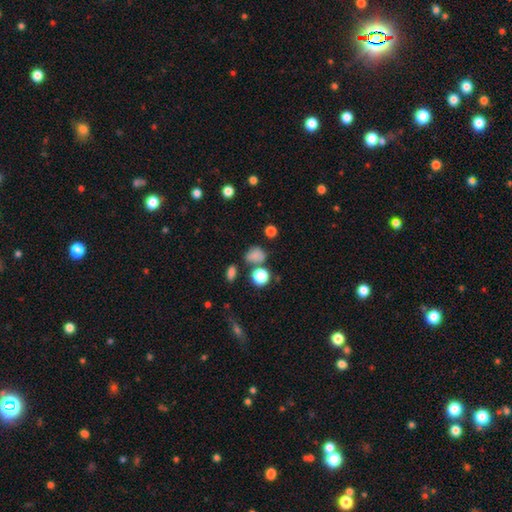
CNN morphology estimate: Smooth or featured?
  - smooth: 77% *
  - star or artifact: 15%
  - featured or disk: 8%
How rounded?
  - round: 55% *
  - in between: 44%
  - cigar-shaped: 1%
Merging?
  - none: 58% *
  - minor disturbance: 19%
  - merger: 15%
  - major disturbance: 8%